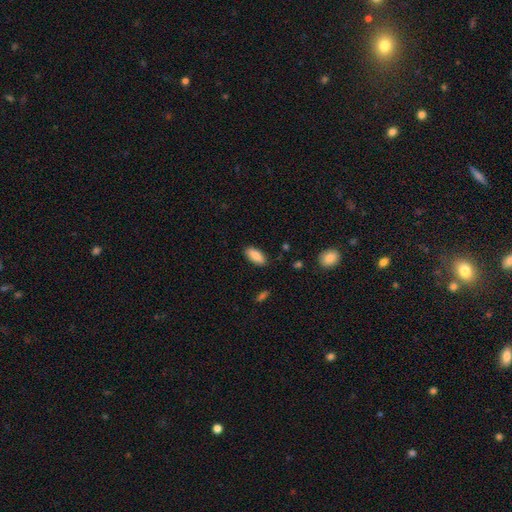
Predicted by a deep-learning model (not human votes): smooth 86%, featured or disk 7%, star or artifact 7%. Down the decision tree: how rounded — in between (86%); merging — none (86%).